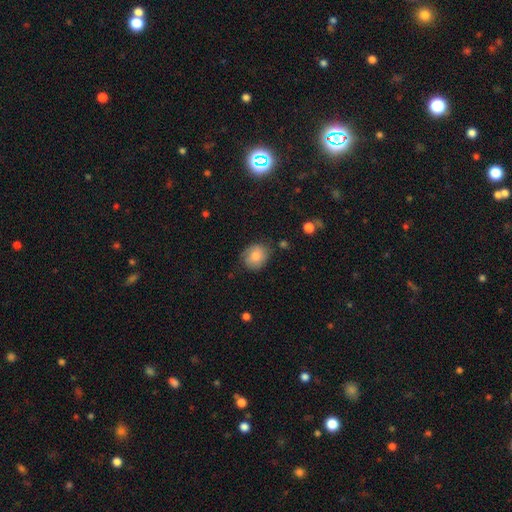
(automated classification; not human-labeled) Morphology: type=smooth (79%); roundness=round (62%); merging=none (72%).